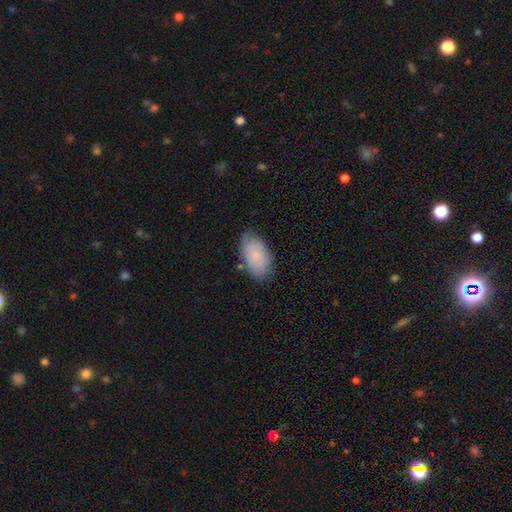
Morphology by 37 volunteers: Smooth or featured?
  - smooth: 73% *
  - featured or disk: 24%
  - star or artifact: 3%
How rounded?
  - in between: 93% *
  - round: 4%
  - cigar-shaped: 4%
Merging?
  - none: 72% *
  - minor disturbance: 19%
  - major disturbance: 6%
  - merger: 3%